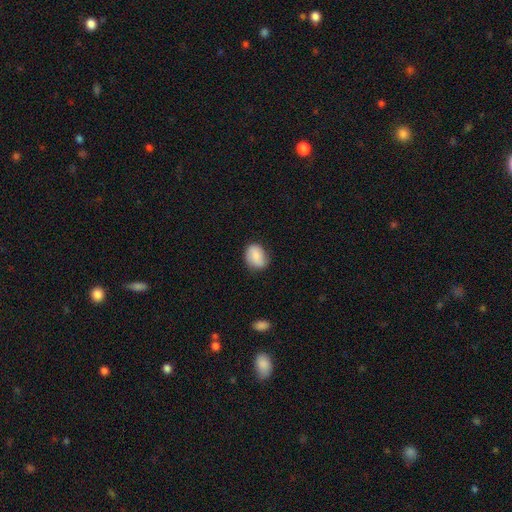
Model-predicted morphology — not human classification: This is likely a smooth galaxy (79%). How rounded: likely in between (62%). Merging: likely none (72%).